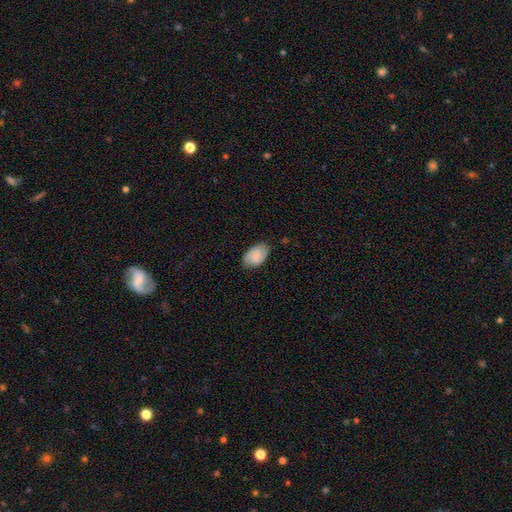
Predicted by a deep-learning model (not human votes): A smooth galaxy with no disk features (75%) that is in between round and cigar-shaped (92%). Merging: none (80%).